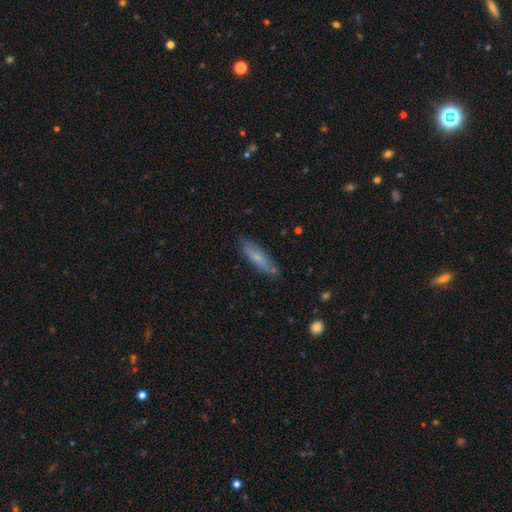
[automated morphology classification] smooth 62%, featured or disk 31%, star or artifact 7%. Down the decision tree: how rounded — cigar-shaped (72%); merging — none (80%).